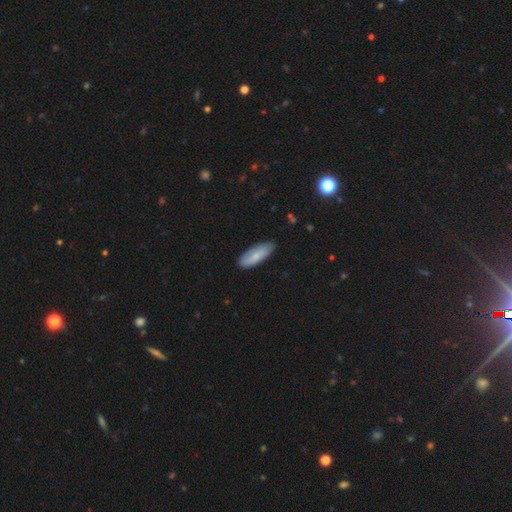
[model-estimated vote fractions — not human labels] smooth_or_featured: smooth (p=0.80) [alt: featured or disk p=0.15]
how_rounded: in between (p=0.64) [alt: cigar-shaped p=0.34]
merging: none (p=0.81) [alt: minor disturbance p=0.16]